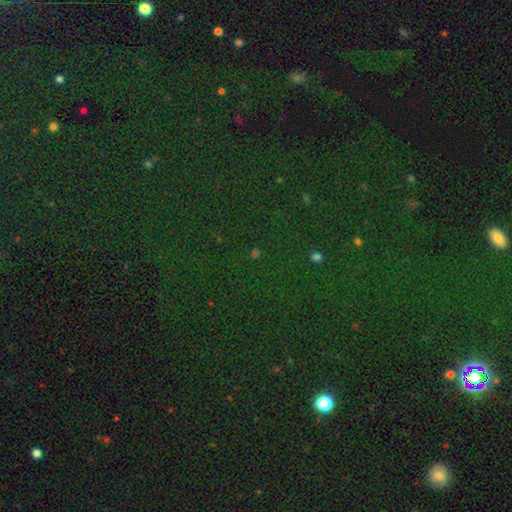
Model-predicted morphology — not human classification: A star or artifact, not a galaxy (79%).

Vote fractions:
- Smooth or featured? star or artifact: 79% / smooth: 13% / featured or disk: 8%